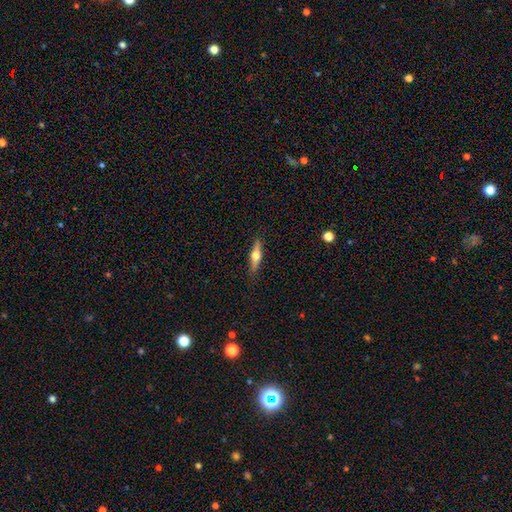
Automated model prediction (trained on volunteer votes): A featured or disk galaxy (61%) viewed edge-on (96%) with a rounded central bulge (96%).

Vote fractions:
- Smooth or featured? featured or disk: 61% / smooth: 33% / star or artifact: 6%
- Edge-on disk? yes: 96% / no: 4%
- Edge-on bulge? rounded: 96% / boxy: 2% / none: 2%
- Merging? none: 88% / minor disturbance: 9% / major disturbance: 2% / merger: 1%